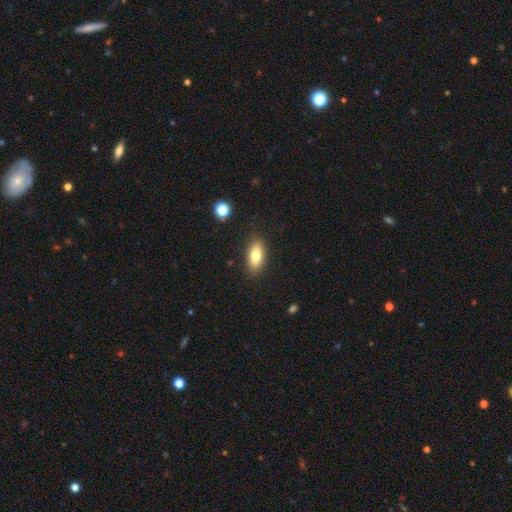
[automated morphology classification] smooth_or_featured: smooth (p=0.77) [alt: featured or disk p=0.15]
how_rounded: in between (p=0.82) [alt: cigar-shaped p=0.14]
merging: none (p=0.87) [alt: minor disturbance p=0.10]